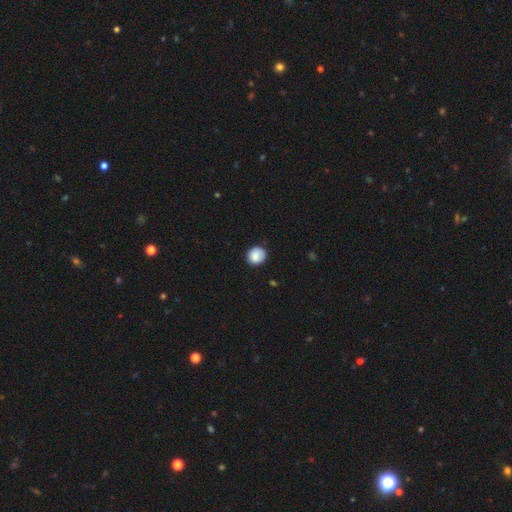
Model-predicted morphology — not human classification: A smooth galaxy with no disk features (85%) that is round (82%). Merging: none (81%).